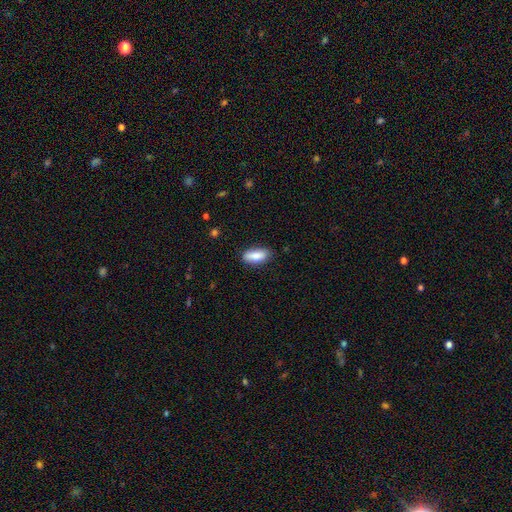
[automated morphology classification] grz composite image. It shows a smooth galaxy with no disk features (84%) that is in between round and cigar-shaped (82%). Merging: none (82%).